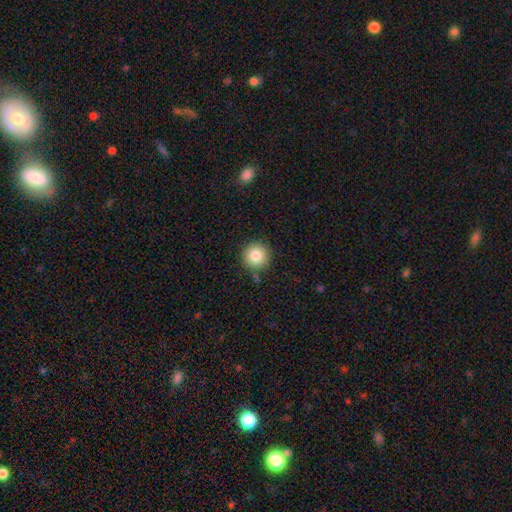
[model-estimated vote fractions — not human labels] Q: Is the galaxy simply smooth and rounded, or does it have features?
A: smooth — 83%.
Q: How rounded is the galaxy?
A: round — 95%.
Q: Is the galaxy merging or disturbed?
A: none — 85%.